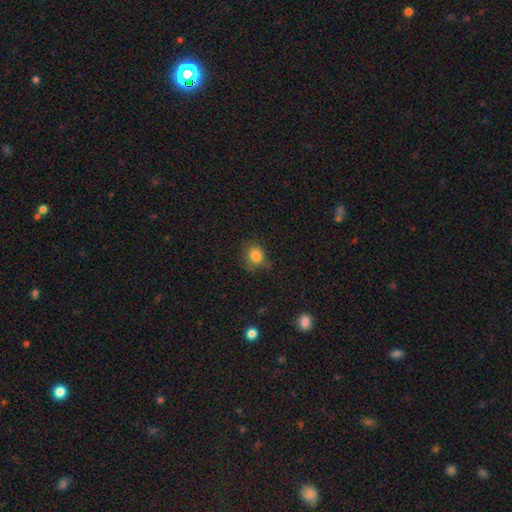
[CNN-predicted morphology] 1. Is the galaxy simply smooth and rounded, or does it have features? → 83% smooth, 11% star or artifact, 6% featured or disk.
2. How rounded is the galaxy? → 74% round, 25% in between, 1% cigar-shaped.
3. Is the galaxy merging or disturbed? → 71% none, 21% minor disturbance, 6% major disturbance, 2% merger.